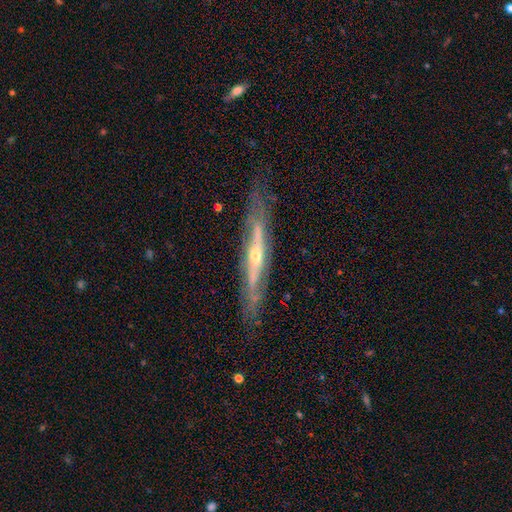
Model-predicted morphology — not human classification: This appears to be a featured or disk galaxy (81%) viewed edge-on (75%) with a rounded central bulge (74%). Merging: none (77%).